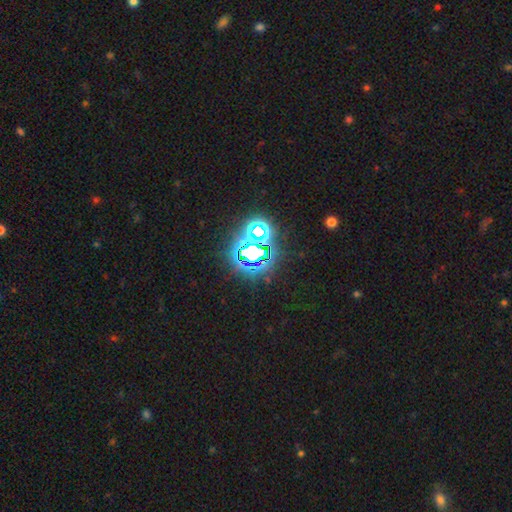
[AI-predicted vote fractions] A star or artifact, not a galaxy (77%).

Vote fractions:
- Smooth or featured? star or artifact: 77% / smooth: 13% / featured or disk: 10%